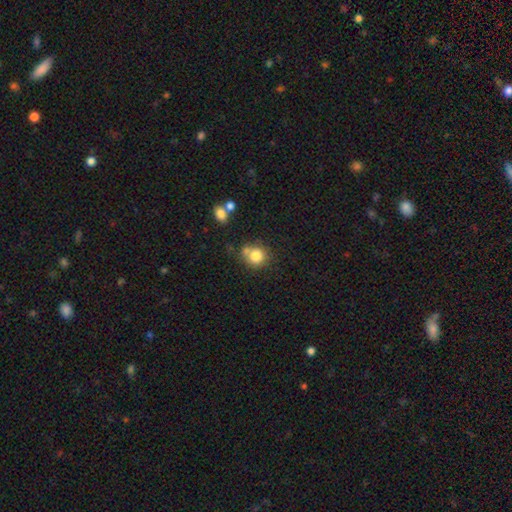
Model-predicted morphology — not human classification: This is clearly a smooth galaxy (80%). How rounded: clearly round (85%). Merging: possibly none (58%).